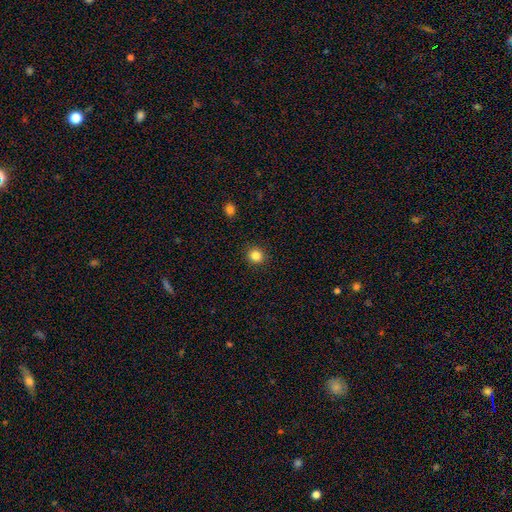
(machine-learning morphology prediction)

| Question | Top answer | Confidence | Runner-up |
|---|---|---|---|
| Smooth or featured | smooth | 84% | star or artifact (12%) |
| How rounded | round | 91% | in between (8%) |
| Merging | none | 92% | minor disturbance (5%) |